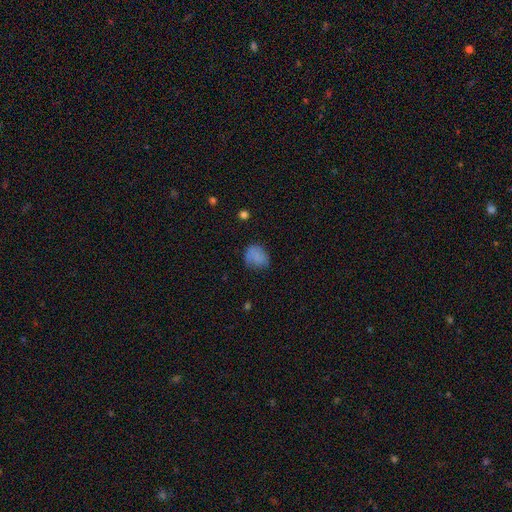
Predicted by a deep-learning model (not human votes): smooth-or-featured: smooth: 77% | featured or disk: 12% | star or artifact: 11%
  how-rounded: round: 53% | in between: 46% | cigar-shaped: 1%
  merging: none: 62% | minor disturbance: 26% | major disturbance: 10% | merger: 2%